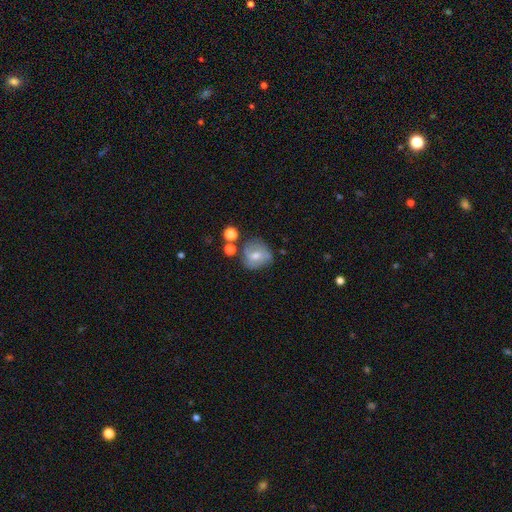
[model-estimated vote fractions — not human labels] Smooth or featured? smooth (47%)
Merging? none (66%)